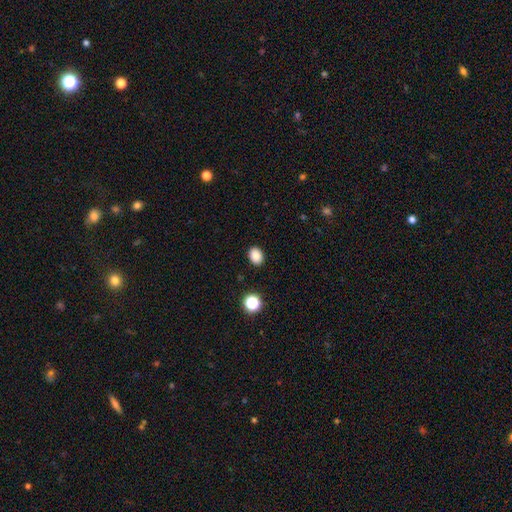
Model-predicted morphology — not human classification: type=smooth (86%); roundness=in between (65%); merging=none (90%).